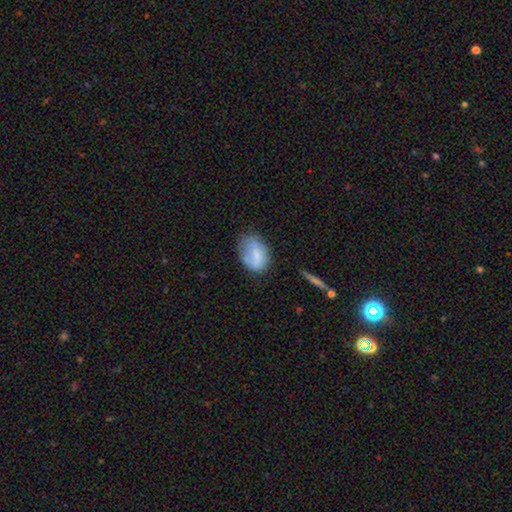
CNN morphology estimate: Smooth or featured? Predicted: smooth (p=0.70). How rounded? Predicted: in between (p=0.83). Merging? Predicted: none (p=0.54).